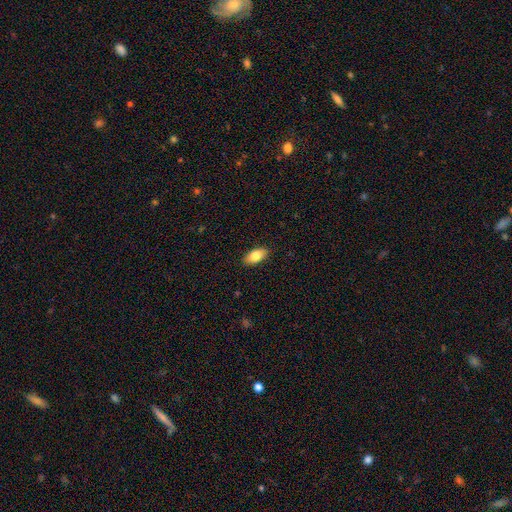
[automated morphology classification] smooth_or_featured: smooth (p=0.82) [alt: featured or disk p=0.12]
how_rounded: in between (p=0.91) [alt: cigar-shaped p=0.05]
merging: none (p=0.89) [alt: minor disturbance p=0.08]